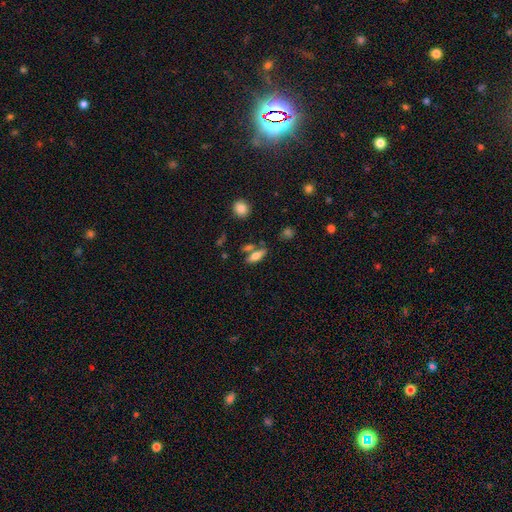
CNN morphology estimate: This appears to be a smooth galaxy with no disk features (69%) that is in between round and cigar-shaped (62%). Merging: none (64%).